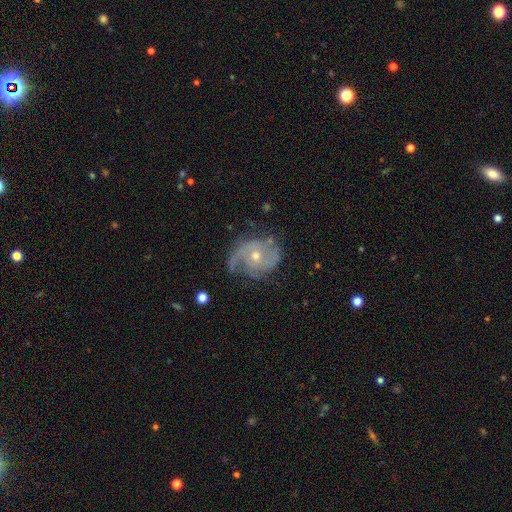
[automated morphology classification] This appears to be a featured or disk galaxy (83%) with no bar (72%), 2 (51%) medium (41%) spiral arms (93%) and a small central bulge (49%). Merging: none (62%).